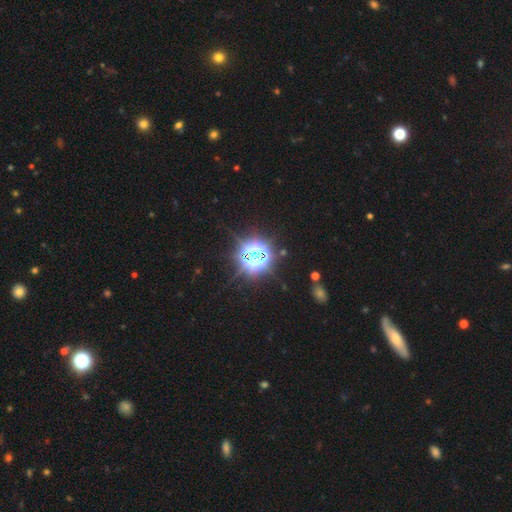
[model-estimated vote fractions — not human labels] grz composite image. It shows a star or artifact, not a galaxy (80%).